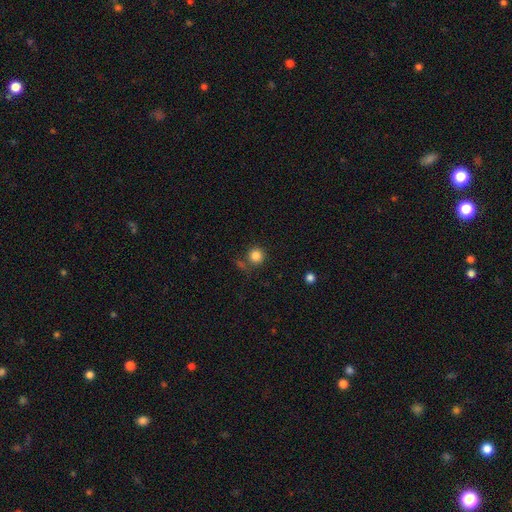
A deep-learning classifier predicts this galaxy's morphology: Smooth or featured: smooth — 84% (star or artifact — 11%)
How rounded: round — 93% (in between — 6%)
Merging: none — 76% (minor disturbance — 10%)